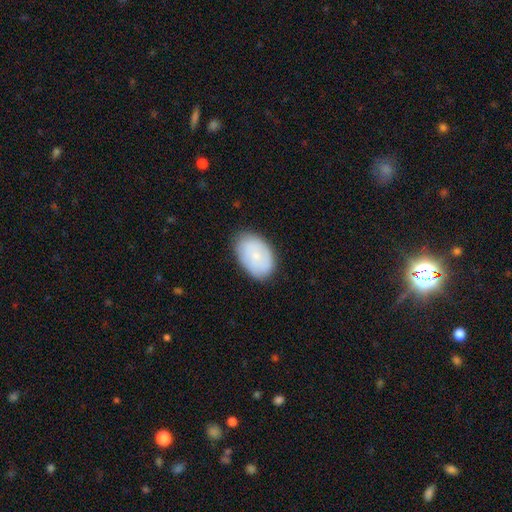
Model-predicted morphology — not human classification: smooth-or-featured: smooth: 70% | featured or disk: 24% | star or artifact: 6%
  how-rounded: in between: 90% | round: 9% | cigar-shaped: 1%
  merging: none: 79% | minor disturbance: 16% | major disturbance: 3% | merger: 1%